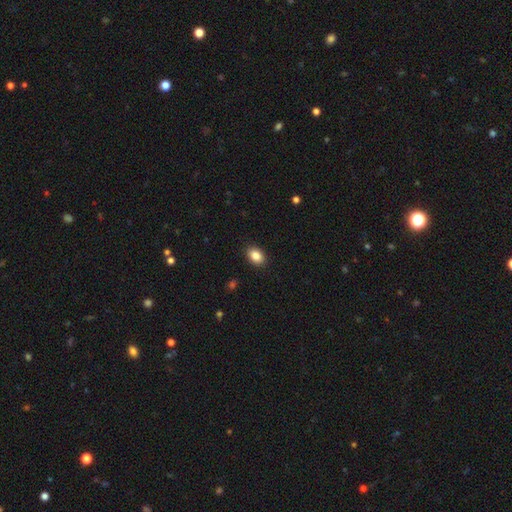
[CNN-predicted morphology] smooth_or_featured: smooth (p=0.87) [alt: star or artifact p=0.08]
how_rounded: in between (p=0.79) [alt: round p=0.20]
merging: none (p=0.90) [alt: minor disturbance p=0.07]